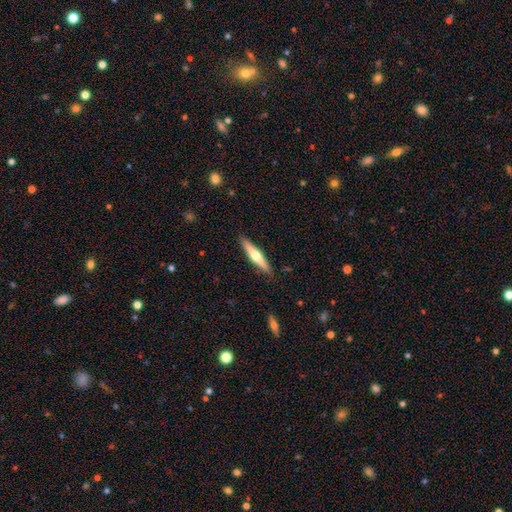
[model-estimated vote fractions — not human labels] The model was most divided on "smooth or featured": featured or disk: 54%, smooth: 41%, star or artifact: 5%. More confident: edge-on disk — yes (96%); edge-on bulge — rounded (90%); merging — none (89%).